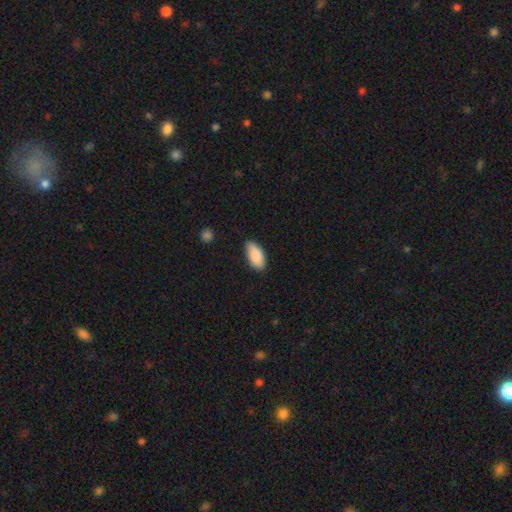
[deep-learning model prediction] smooth-or-featured: smooth: 88% | star or artifact: 6% | featured or disk: 6%
  how-rounded: in between: 93% | cigar-shaped: 5% | round: 2%
  merging: none: 79% | minor disturbance: 17% | major disturbance: 3% | merger: 1%